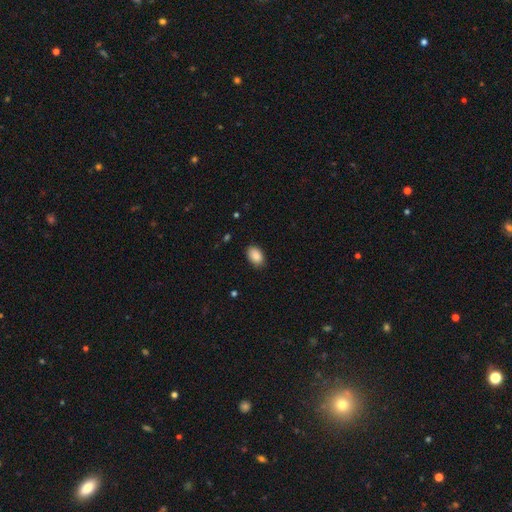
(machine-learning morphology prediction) This appears to be a smooth galaxy with no disk features (88%) that is in between round and cigar-shaped (89%). Merging: none (86%).